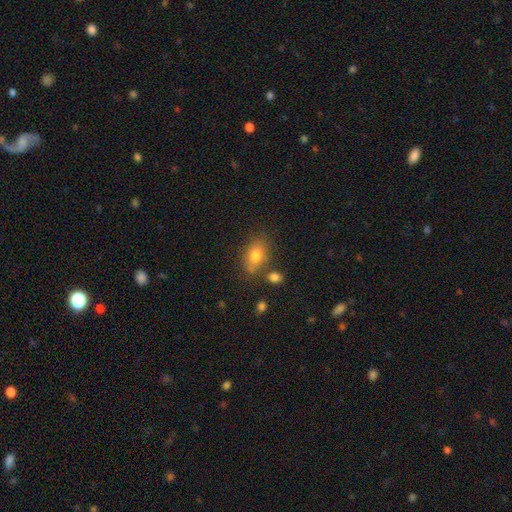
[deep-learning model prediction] smooth-or-featured: smooth: 77% | featured or disk: 13% | star or artifact: 10%
  how-rounded: in between: 81% | round: 16% | cigar-shaped: 3%
  merging: none: 68% | minor disturbance: 17% | merger: 10% | major disturbance: 5%